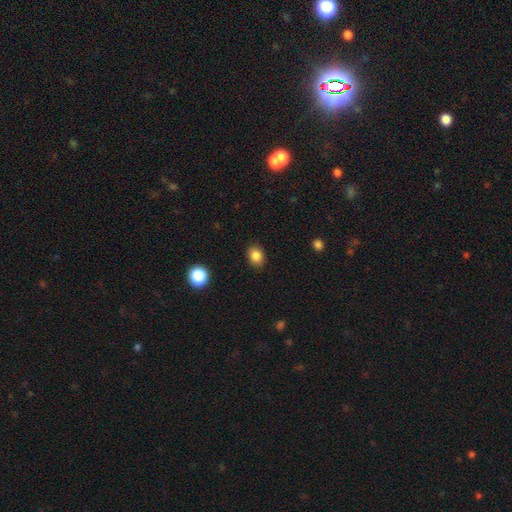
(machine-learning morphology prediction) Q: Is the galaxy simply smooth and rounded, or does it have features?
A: smooth — 84%.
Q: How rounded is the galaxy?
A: in between — 57%.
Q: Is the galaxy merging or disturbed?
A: none — 88%.